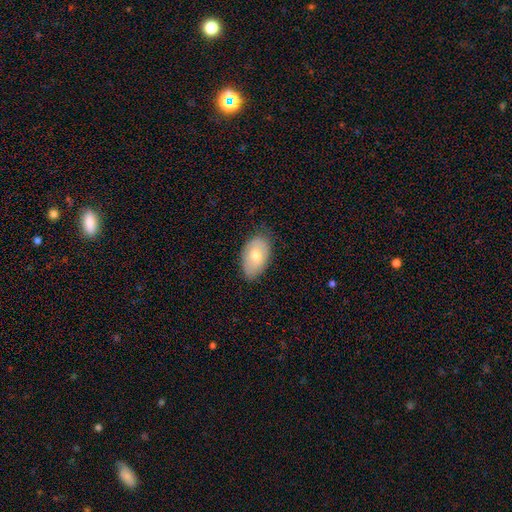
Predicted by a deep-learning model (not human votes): Smooth or featured?
  - smooth: 68% *
  - featured or disk: 25%
  - star or artifact: 7%
How rounded?
  - in between: 92% *
  - round: 7%
  - cigar-shaped: 1%
Merging?
  - none: 75% *
  - minor disturbance: 20%
  - major disturbance: 3%
  - merger: 1%